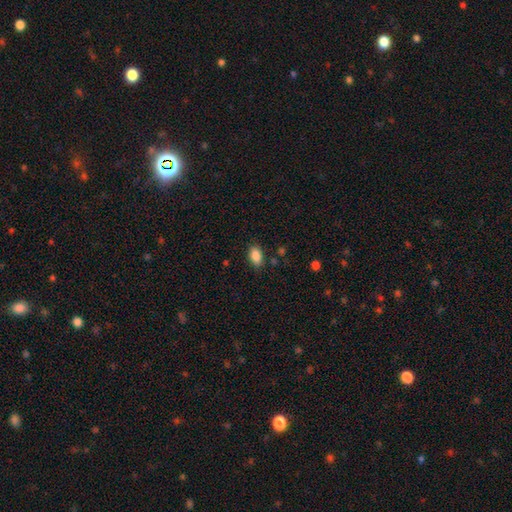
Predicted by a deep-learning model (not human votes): This is clearly a smooth galaxy (87%). How rounded: clearly in between (91%). Merging: clearly none (84%).